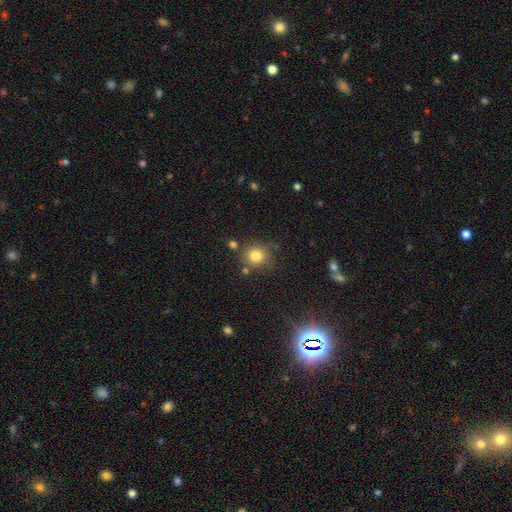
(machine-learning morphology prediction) Smooth or featured?
  - smooth: 81% *
  - star or artifact: 12%
  - featured or disk: 7%
How rounded?
  - round: 88% *
  - in between: 11%
  - cigar-shaped: 1%
Merging?
  - none: 72% *
  - minor disturbance: 15%
  - merger: 8%
  - major disturbance: 5%